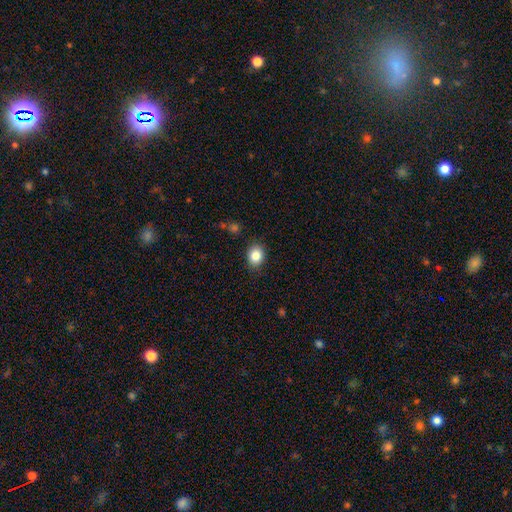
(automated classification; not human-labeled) Smooth or featured: smooth — 84% (star or artifact — 9%)
How rounded: in between — 52% (round — 47%)
Merging: none — 87% (minor disturbance — 10%)